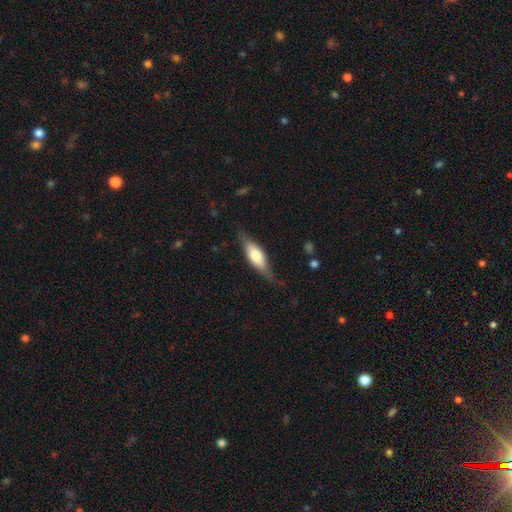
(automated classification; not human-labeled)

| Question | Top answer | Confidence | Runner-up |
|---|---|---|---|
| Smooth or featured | smooth | 50% | featured or disk (45%) |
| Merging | none | 74% | minor disturbance (19%) |